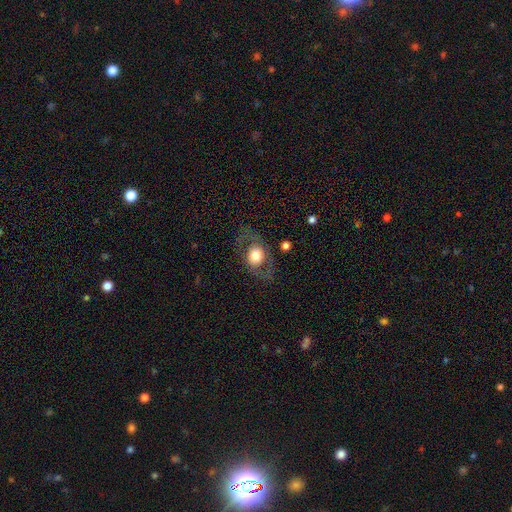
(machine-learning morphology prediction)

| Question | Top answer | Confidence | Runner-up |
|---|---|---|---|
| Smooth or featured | smooth | 53% | featured or disk (40%) |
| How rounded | in between | 52% | round (46%) |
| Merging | none | 71% | minor disturbance (15%) |